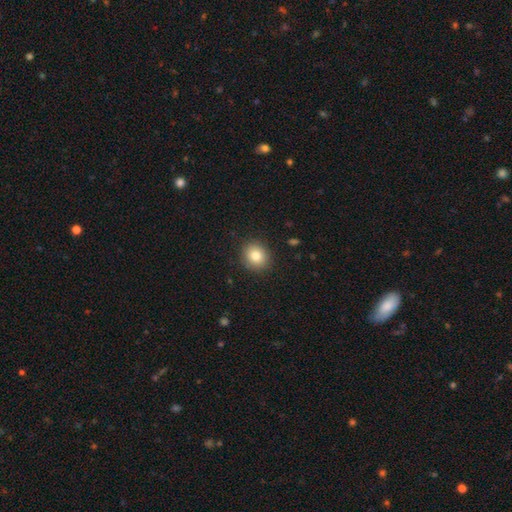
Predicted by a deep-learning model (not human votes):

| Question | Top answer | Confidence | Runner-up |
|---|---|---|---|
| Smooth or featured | smooth | 83% | star or artifact (10%) |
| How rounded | round | 78% | in between (21%) |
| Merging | none | 90% | minor disturbance (7%) |